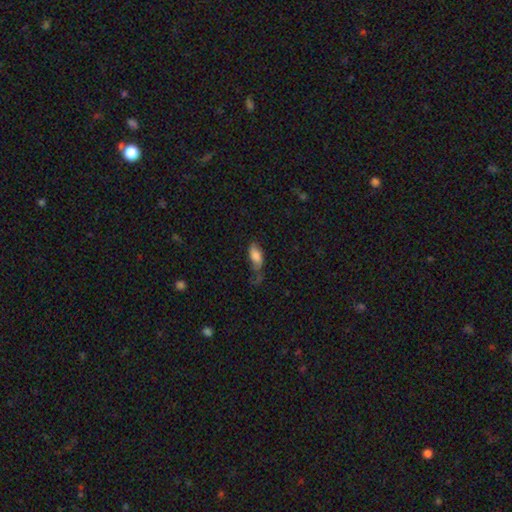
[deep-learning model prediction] Smooth or featured: smooth — 72% (featured or disk — 20%)
How rounded: in between — 86% (cigar-shaped — 10%)
Merging: none — 36% (minor disturbance — 33%)